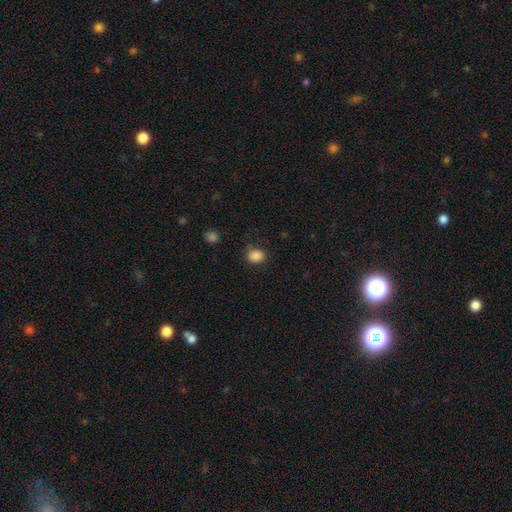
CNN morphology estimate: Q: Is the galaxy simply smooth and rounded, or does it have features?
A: smooth — 86%.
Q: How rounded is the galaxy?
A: round — 52%.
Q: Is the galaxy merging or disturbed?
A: none — 77%.